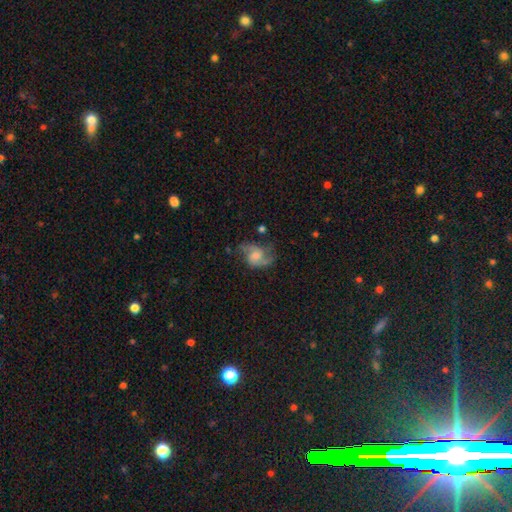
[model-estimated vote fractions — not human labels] featured or disk 65%, smooth 25%, star or artifact 10%. Down the decision tree: edge-on disk — no (97%); bar — no (62%); spiral arms — yes (88%); spiral arm count — 2 (78%); spiral winding — loose (45%); bulge size — moderate (41%); merging — none (53%).